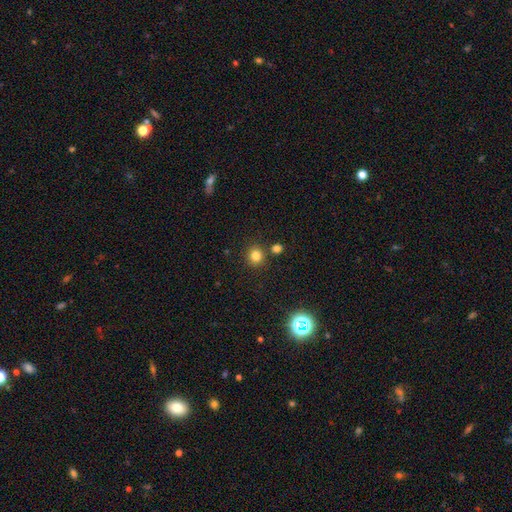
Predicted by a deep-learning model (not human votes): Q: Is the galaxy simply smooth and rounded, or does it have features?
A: smooth — 80%.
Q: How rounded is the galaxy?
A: round — 89%.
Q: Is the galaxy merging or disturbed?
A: none — 82%.